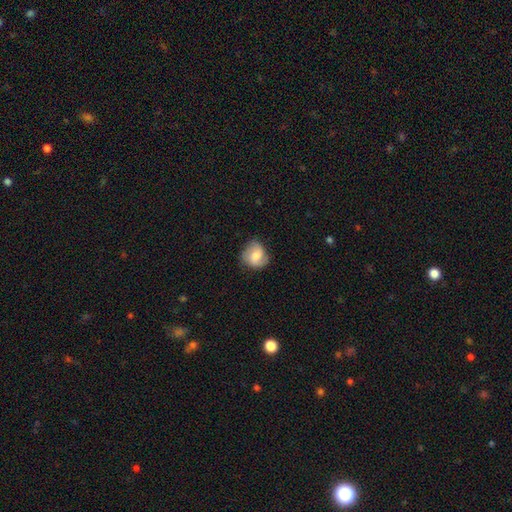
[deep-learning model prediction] A smooth galaxy with no disk features (56%) that is round (68%).

Vote fractions:
- Smooth or featured? smooth: 56% / featured or disk: 37% / star or artifact: 8%
- How rounded? round: 68% / in between: 31% / cigar-shaped: 1%
- Merging? none: 64% / minor disturbance: 26% / major disturbance: 8% / merger: 1%